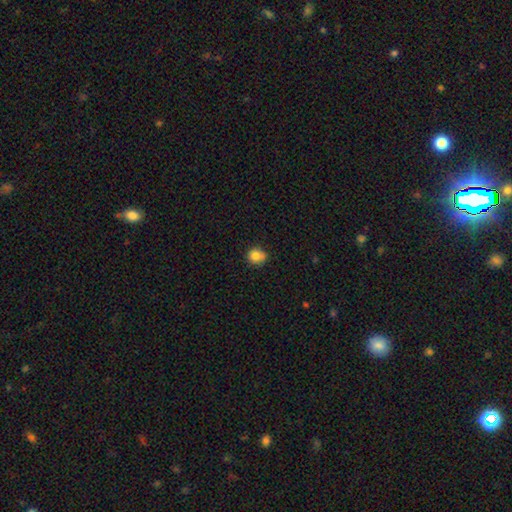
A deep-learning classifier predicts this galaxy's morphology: Smooth or featured? Predicted: smooth (p=0.82). How rounded? Predicted: round (p=0.86). Merging? Predicted: none (p=0.67).